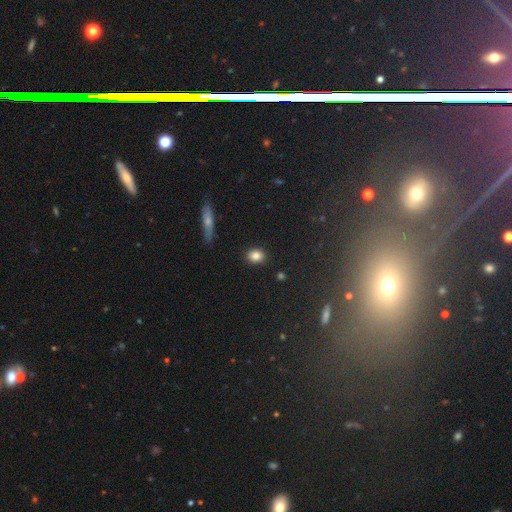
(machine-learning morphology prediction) type=smooth (84%); roundness=round (56%); merging=none (89%).